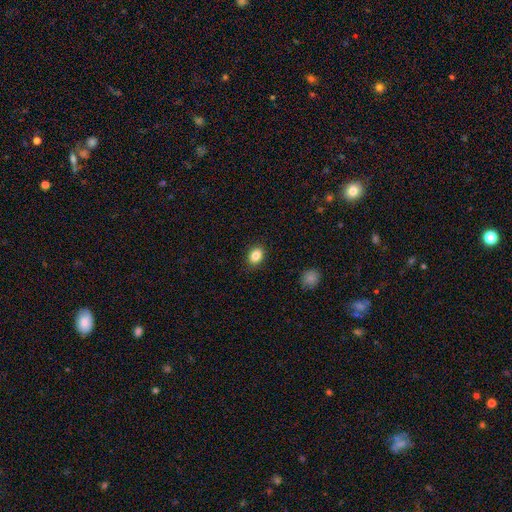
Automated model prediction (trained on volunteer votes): Smooth or featured?
  - smooth: 85% *
  - star or artifact: 9%
  - featured or disk: 6%
How rounded?
  - in between: 71% *
  - round: 28%
  - cigar-shaped: 1%
Merging?
  - none: 87% *
  - minor disturbance: 10%
  - major disturbance: 2%
  - merger: 1%